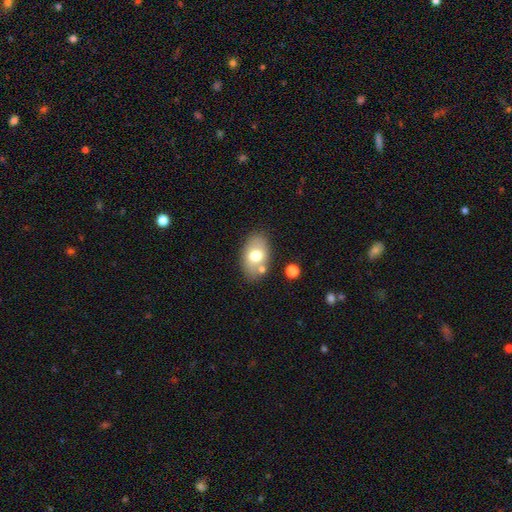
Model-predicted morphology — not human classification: smooth_or_featured: smooth (p=0.68) [alt: featured or disk p=0.24]
how_rounded: in between (p=0.88) [alt: round p=0.11]
merging: none (p=0.73) [alt: minor disturbance p=0.14]